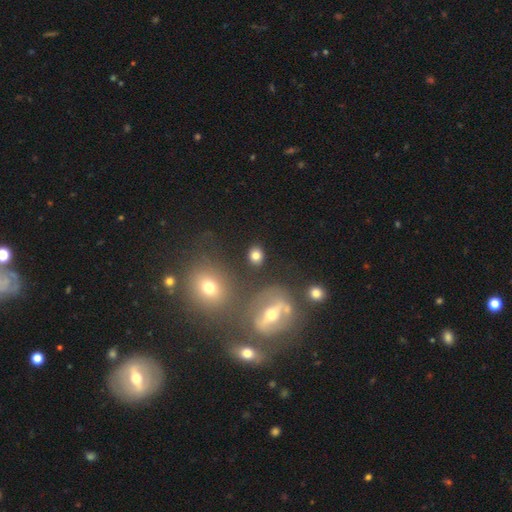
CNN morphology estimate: The model was most divided on "how rounded": round: 67%, in between: 31%, cigar-shaped: 2%. More confident: merging — none (83%); smooth or featured — smooth (75%).